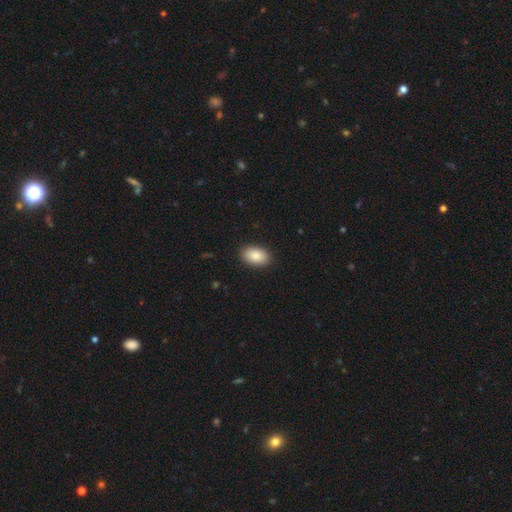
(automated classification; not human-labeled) Smooth or featured: smooth — 88% (star or artifact — 7%)
How rounded: in between — 92% (round — 6%)
Merging: none — 90% (minor disturbance — 7%)